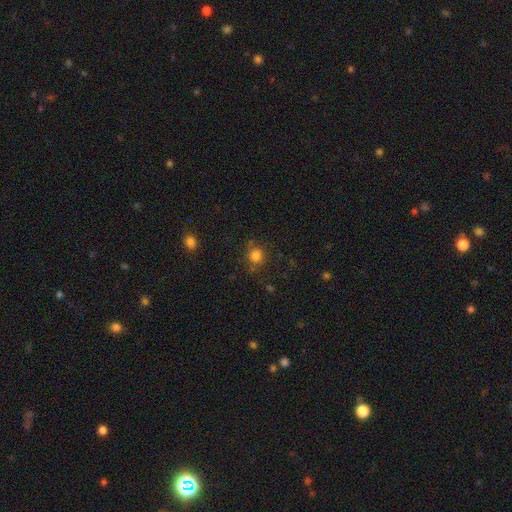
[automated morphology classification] This appears to be a smooth galaxy with no disk features (80%) that is round (86%). Merging: none (76%).